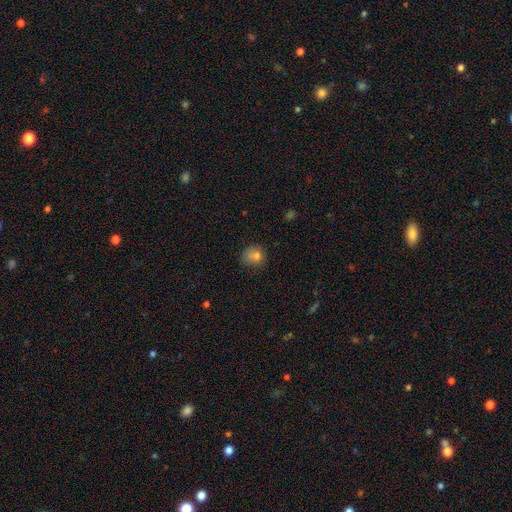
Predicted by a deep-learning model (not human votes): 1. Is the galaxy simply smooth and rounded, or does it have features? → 76% smooth, 13% star or artifact, 11% featured or disk.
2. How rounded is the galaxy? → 76% round, 23% in between, 1% cigar-shaped.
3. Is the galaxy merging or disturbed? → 61% none, 25% minor disturbance, 9% major disturbance, 4% merger.